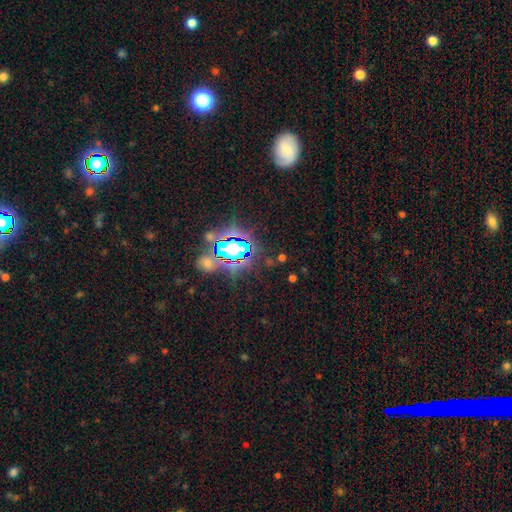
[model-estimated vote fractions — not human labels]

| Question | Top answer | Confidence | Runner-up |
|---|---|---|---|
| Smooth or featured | star or artifact | 80% | smooth (12%) |